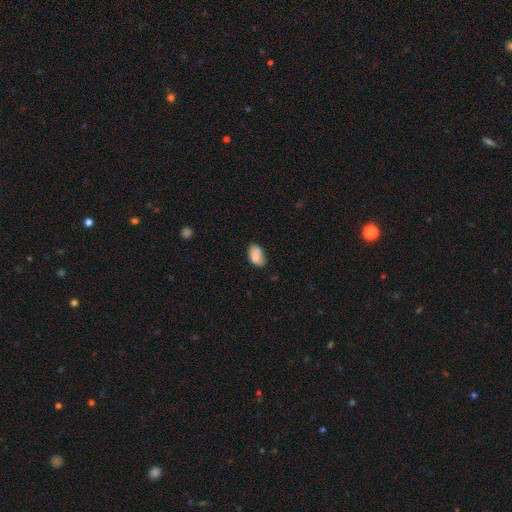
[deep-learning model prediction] Smooth or featured? smooth (76%)
How rounded? in between (91%)
Merging? none (51%)